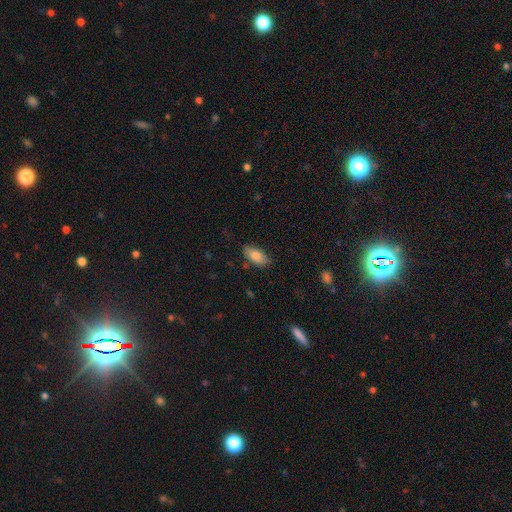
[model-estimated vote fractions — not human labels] Smooth or featured? Predicted: smooth (p=0.82). How rounded? Predicted: in between (p=0.90). Merging? Predicted: none (p=0.83).